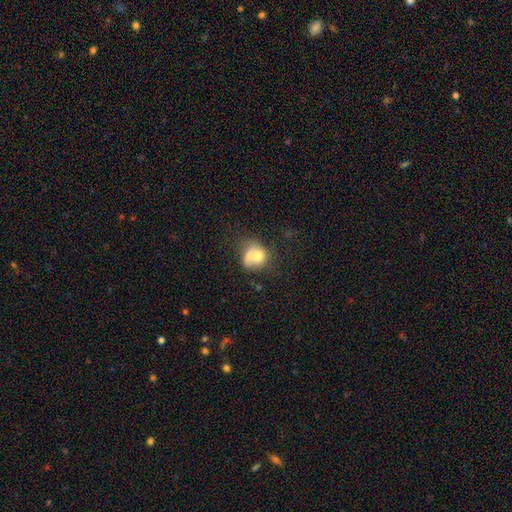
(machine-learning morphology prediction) Q: Smooth or featured?
A: smooth (65%); runner-up: featured or disk (25%)
Q: How rounded?
A: round (63%); runner-up: in between (36%)
Q: Merging?
A: merger (51%); runner-up: none (25%)